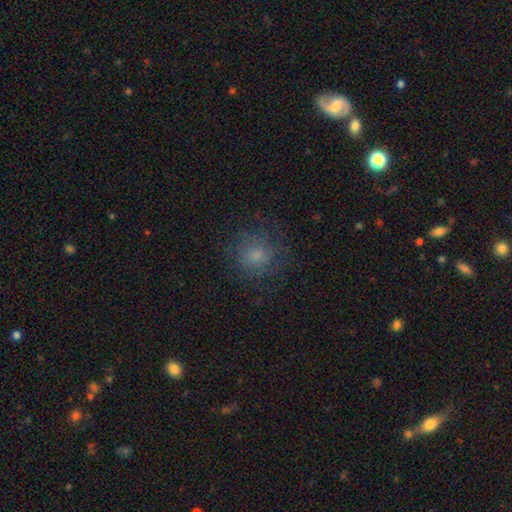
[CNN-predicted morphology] A smooth galaxy with no disk features (69%) that is round (84%). Merging: none (73%).